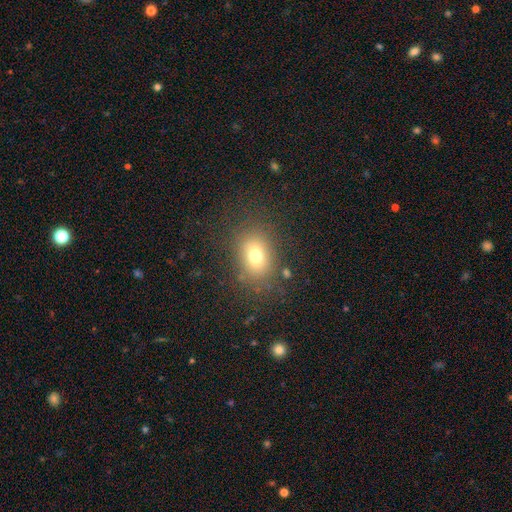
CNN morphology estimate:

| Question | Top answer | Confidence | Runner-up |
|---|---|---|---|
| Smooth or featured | smooth | 73% | star or artifact (14%) |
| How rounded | in between | 61% | round (38%) |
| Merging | none | 80% | minor disturbance (12%) |